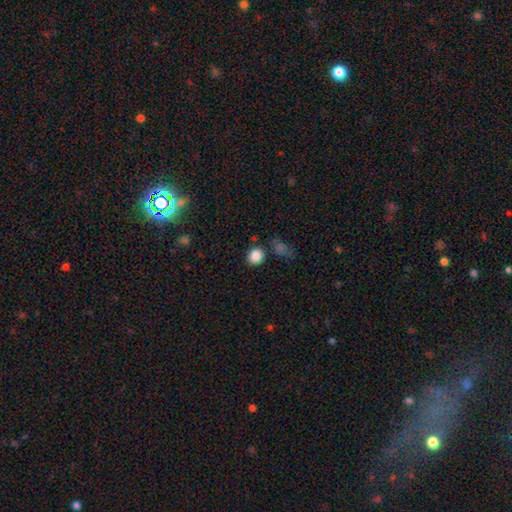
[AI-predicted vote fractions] smooth_or_featured: smooth (p=0.86) [alt: star or artifact p=0.11]
how_rounded: round (p=0.86) [alt: in between p=0.13]
merging: none (p=0.81) [alt: minor disturbance p=0.10]